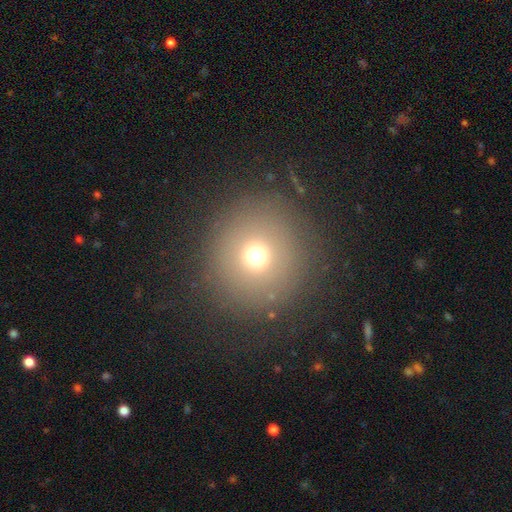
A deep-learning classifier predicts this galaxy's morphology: Smooth or featured? Predicted: smooth (p=0.69). How rounded? Predicted: round (p=0.94). Merging? Predicted: none (p=0.86).